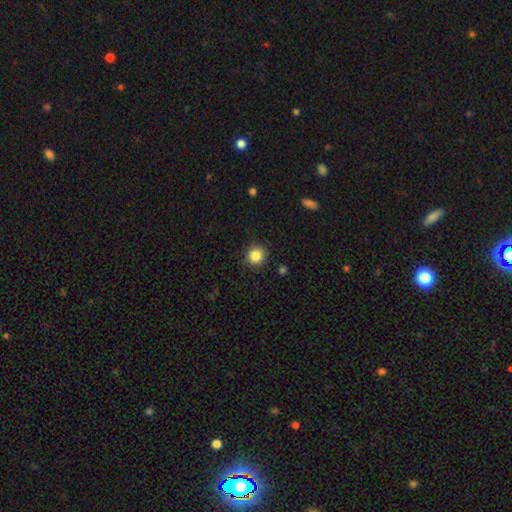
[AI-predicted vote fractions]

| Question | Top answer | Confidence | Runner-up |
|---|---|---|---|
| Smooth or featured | smooth | 85% | star or artifact (10%) |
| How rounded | round | 90% | in between (9%) |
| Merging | none | 90% | minor disturbance (7%) |